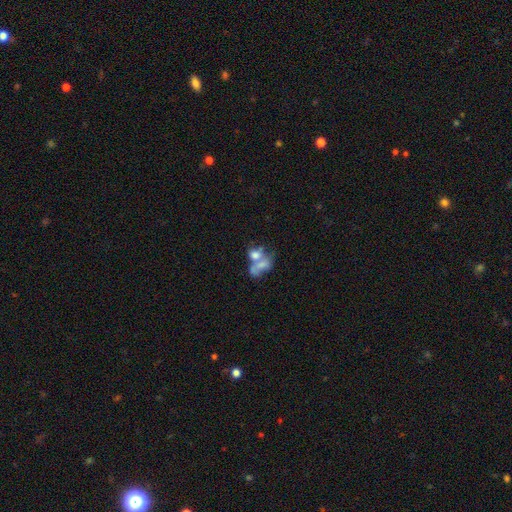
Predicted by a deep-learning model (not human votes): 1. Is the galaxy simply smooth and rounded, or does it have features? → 56% smooth, 32% featured or disk, 12% star or artifact.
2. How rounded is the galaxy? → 73% in between, 25% round, 3% cigar-shaped.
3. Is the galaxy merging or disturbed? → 63% merger, 16% none, 13% major disturbance, 8% minor disturbance.